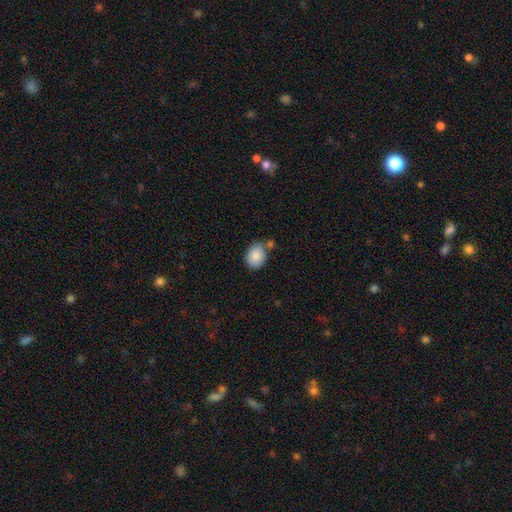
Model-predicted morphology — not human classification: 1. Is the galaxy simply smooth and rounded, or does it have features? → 87% smooth, 7% star or artifact, 6% featured or disk.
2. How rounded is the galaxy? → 58% in between, 41% round, 1% cigar-shaped.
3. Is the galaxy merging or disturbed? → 67% none, 16% minor disturbance, 13% merger, 4% major disturbance.